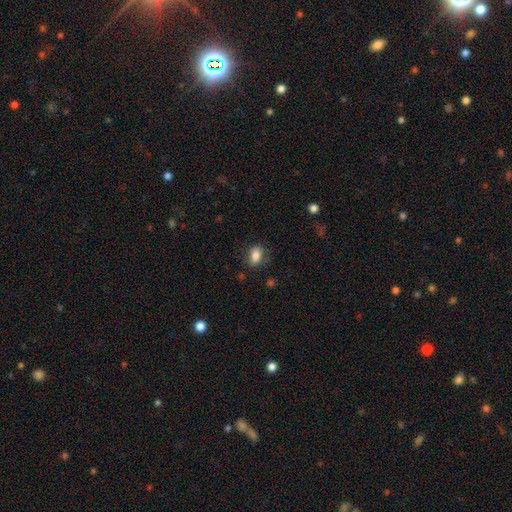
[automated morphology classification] A smooth galaxy with no disk features (84%) that is in between round and cigar-shaped (83%). Merging: none (79%).